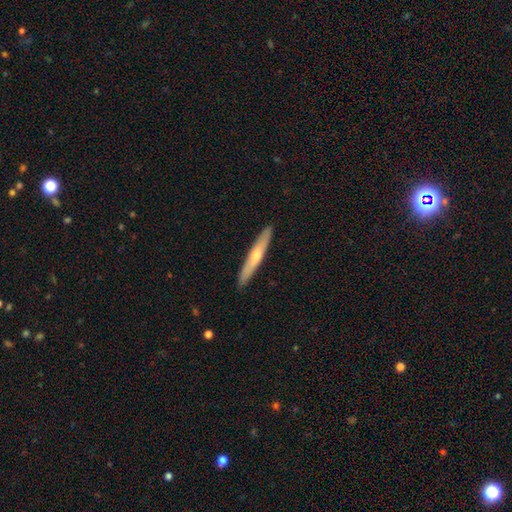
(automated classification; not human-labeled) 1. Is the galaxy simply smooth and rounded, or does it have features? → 48% smooth, 46% featured or disk, 5% star or artifact.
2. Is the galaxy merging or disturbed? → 91% none, 7% minor disturbance, 1% major disturbance, 1% merger.